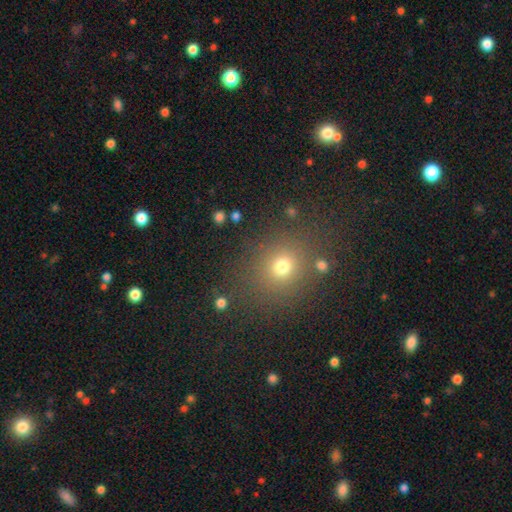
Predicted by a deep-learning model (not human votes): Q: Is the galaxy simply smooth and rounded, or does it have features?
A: smooth — 59%.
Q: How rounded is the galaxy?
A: round — 75%.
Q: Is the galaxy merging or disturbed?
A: none — 85%.